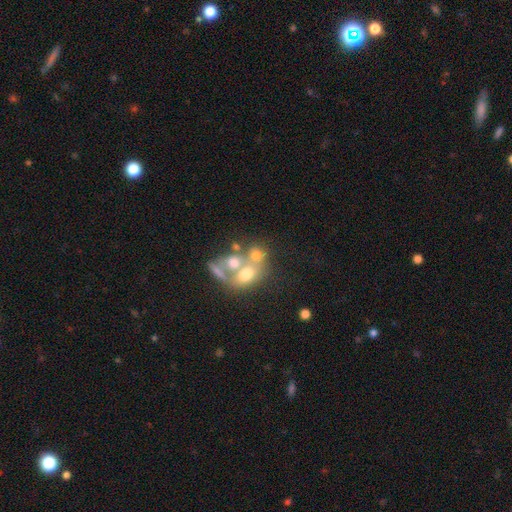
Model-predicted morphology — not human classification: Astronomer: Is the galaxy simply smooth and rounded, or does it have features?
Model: smooth — 56%.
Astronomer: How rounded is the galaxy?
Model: round — 57% (runner-up: in between, 42%).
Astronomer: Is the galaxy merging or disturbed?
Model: merger — 54%.